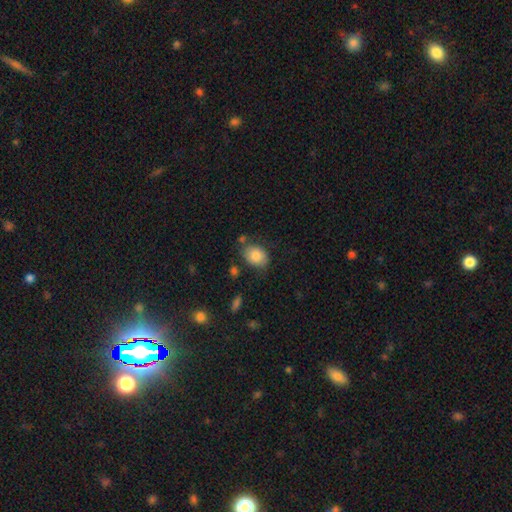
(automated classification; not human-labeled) smooth_or_featured: smooth (p=0.81) [alt: featured or disk p=0.11]
how_rounded: in between (p=0.70) [alt: round p=0.29]
merging: none (p=0.66) [alt: minor disturbance p=0.22]